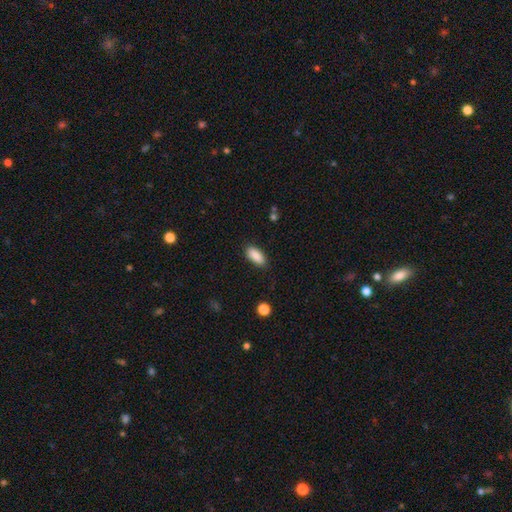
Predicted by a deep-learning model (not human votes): This is clearly a smooth galaxy (88%). How rounded: clearly in between (85%). Merging: clearly none (85%).